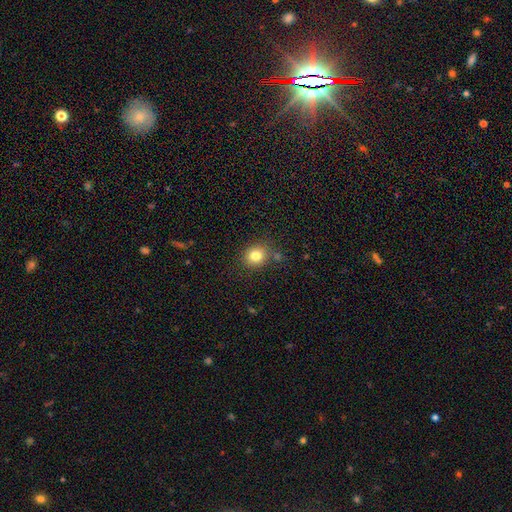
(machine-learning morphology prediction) This appears to be a smooth galaxy with no disk features (80%) that is round (77%). Merging: none (81%).